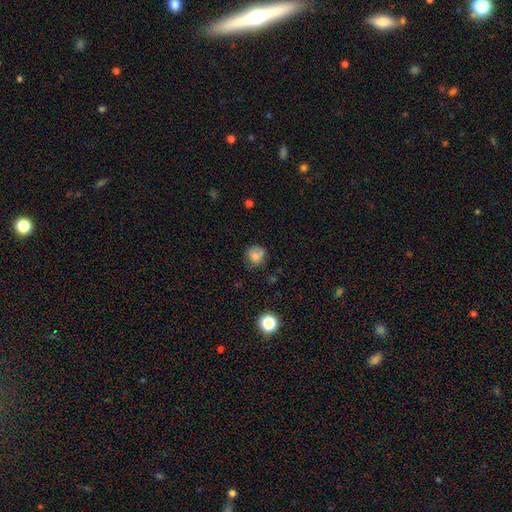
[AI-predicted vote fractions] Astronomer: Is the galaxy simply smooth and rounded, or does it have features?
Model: smooth — 72%.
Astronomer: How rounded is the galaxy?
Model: round — 77%.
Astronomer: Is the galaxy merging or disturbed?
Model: none — 54%.